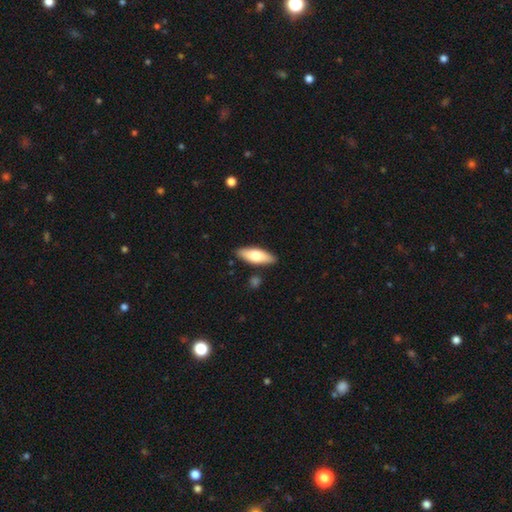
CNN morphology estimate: This is likely a smooth galaxy (66%). How rounded: likely in between (66%). Merging: clearly none (86%).